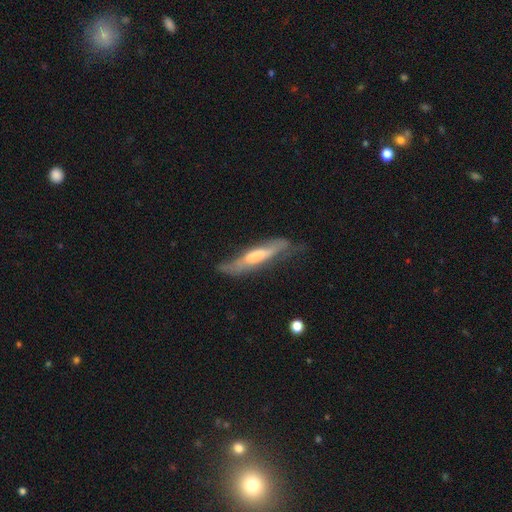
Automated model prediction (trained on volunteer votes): A featured or disk galaxy (56%) viewed edge-on (65%).

Vote fractions:
- Smooth or featured? featured or disk: 56% / smooth: 38% / star or artifact: 7%
- Edge-on disk? yes: 65% / no: 35%
- Merging? none: 53% / minor disturbance: 29% / major disturbance: 15% / merger: 3%